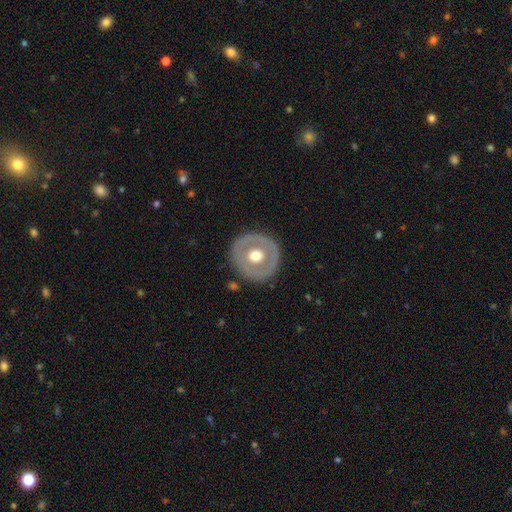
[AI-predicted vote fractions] The model was most divided on "smooth or featured": featured or disk: 53%, smooth: 42%, star or artifact: 5%. More confident: edge-on disk — no (95%); merging — none (85%).